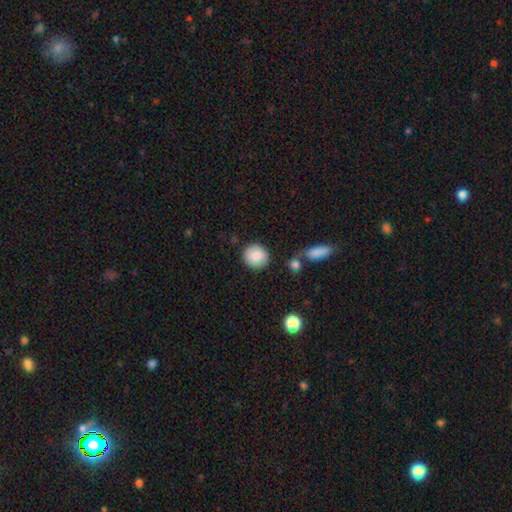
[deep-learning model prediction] The model was most divided on "how rounded": round: 87%, in between: 12%, cigar-shaped: 1%. More confident: smooth or featured — smooth (87%); merging — none (85%).